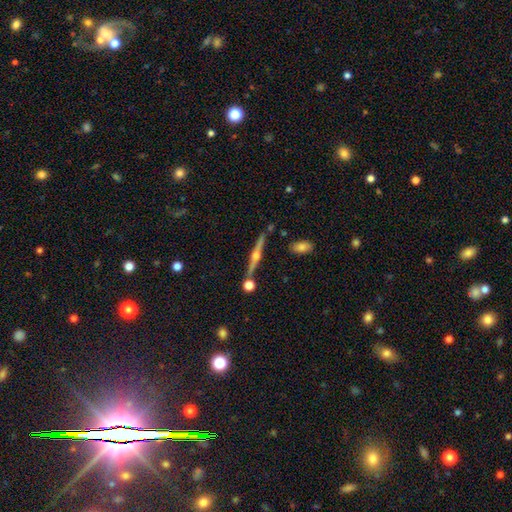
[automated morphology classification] This appears to be a featured or disk galaxy (82%) viewed edge-on (98%) with a rounded central bulge (93%). Merging: none (82%).